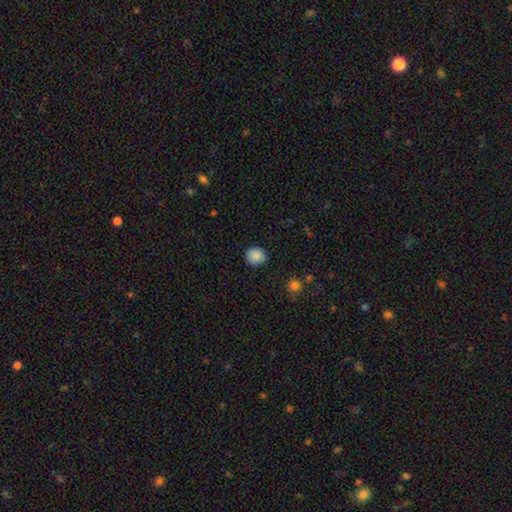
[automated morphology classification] smooth_or_featured: smooth (p=0.88) [alt: star or artifact p=0.09]
how_rounded: round (p=0.88) [alt: in between p=0.11]
merging: none (p=0.90) [alt: minor disturbance p=0.07]